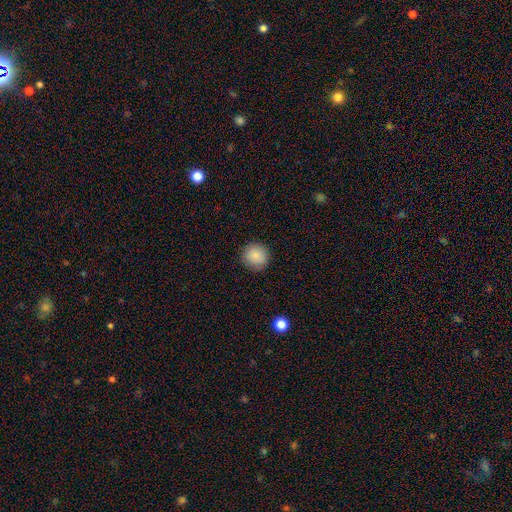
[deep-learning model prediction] Overall: smooth (87%). How rounded: round (92%). Merging: none (89%).